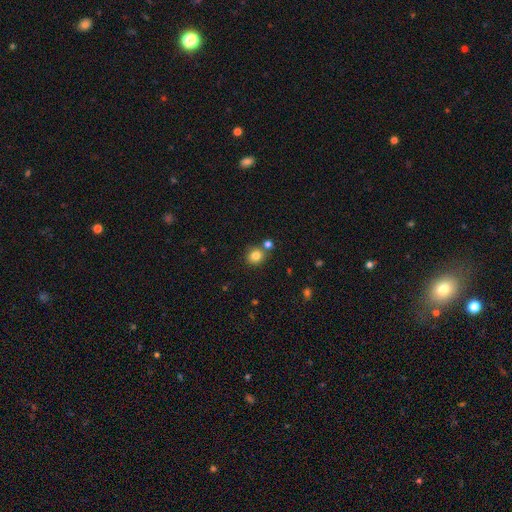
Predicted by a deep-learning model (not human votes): Smooth or featured?
  - smooth: 82% *
  - star or artifact: 12%
  - featured or disk: 6%
How rounded?
  - round: 81% *
  - in between: 18%
  - cigar-shaped: 1%
Merging?
  - none: 72% *
  - merger: 17%
  - minor disturbance: 9%
  - major disturbance: 3%